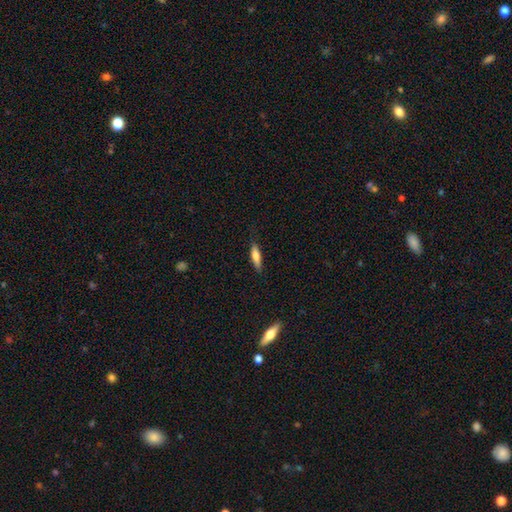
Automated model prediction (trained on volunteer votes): Smooth or featured? smooth (66%)
How rounded? cigar-shaped (69%)
Merging? none (84%)